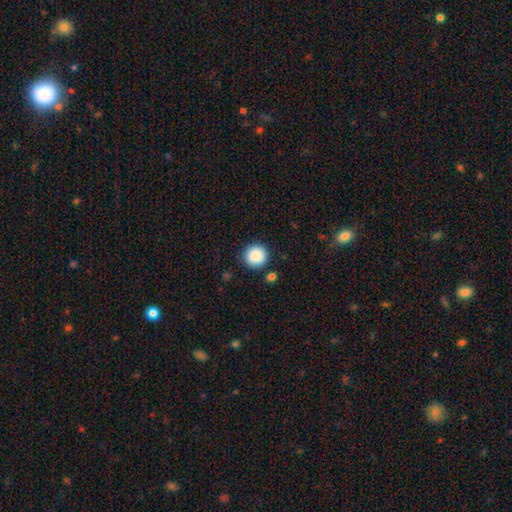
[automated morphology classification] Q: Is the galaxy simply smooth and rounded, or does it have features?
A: smooth — 88%.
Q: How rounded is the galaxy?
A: round — 94%.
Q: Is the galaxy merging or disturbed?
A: none — 87%.